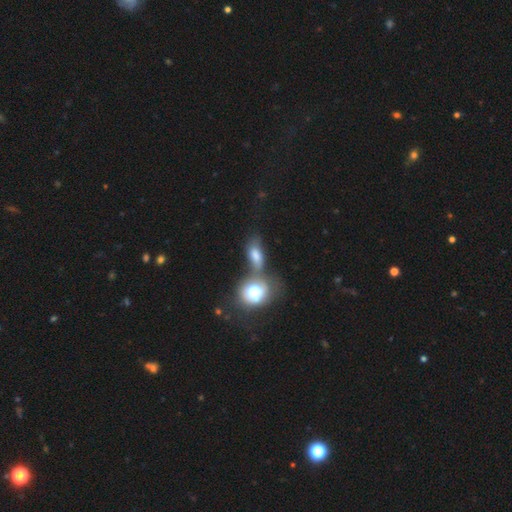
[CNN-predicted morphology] smooth_or_featured: smooth (p=0.69) [alt: featured or disk p=0.20]
how_rounded: in between (p=0.76) [alt: round p=0.18]
merging: merger (p=0.55) [alt: none p=0.24]